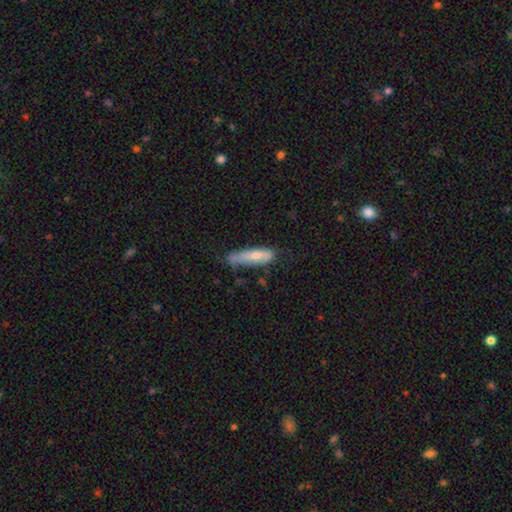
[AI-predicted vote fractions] Smooth or featured: smooth — 70% (featured or disk — 24%)
How rounded: cigar-shaped — 63% (in between — 35%)
Merging: none — 49% (minor disturbance — 35%)